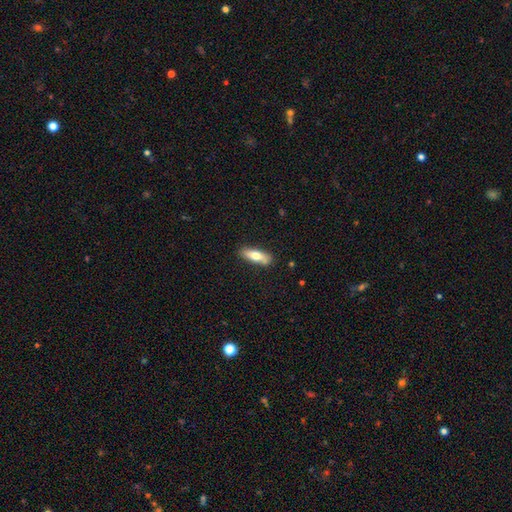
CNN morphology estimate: This is likely a smooth galaxy (67%). How rounded: possibly in between (54%). Merging: clearly none (83%).